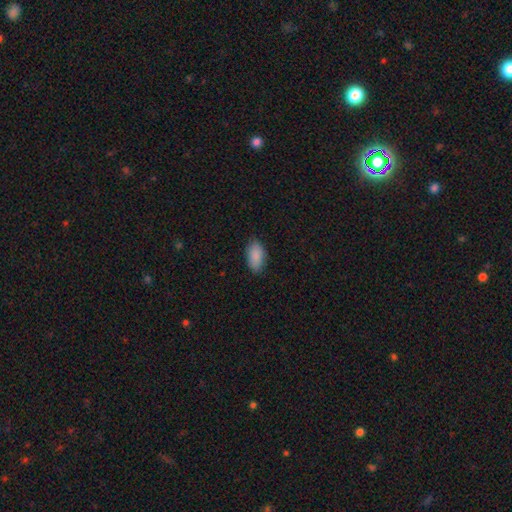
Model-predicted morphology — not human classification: This is clearly a smooth galaxy (89%). How rounded: clearly in between (94%). Merging: clearly none (85%).